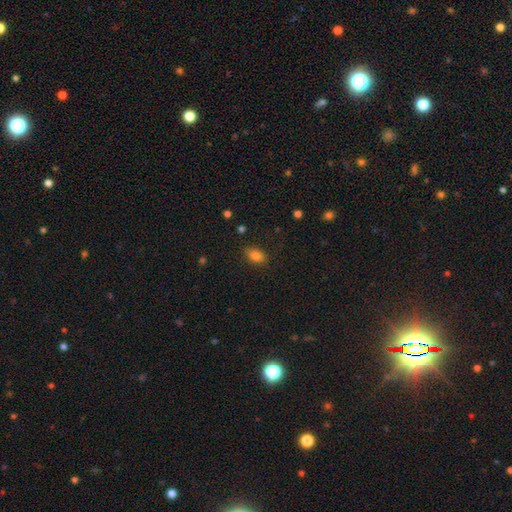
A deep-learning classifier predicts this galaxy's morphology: This is clearly a smooth galaxy (83%). How rounded: likely in between (79%). Merging: likely none (76%).